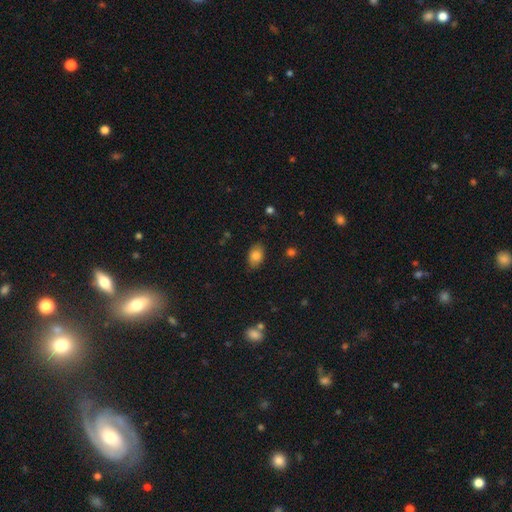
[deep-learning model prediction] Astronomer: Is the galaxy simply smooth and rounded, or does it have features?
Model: smooth — 82%.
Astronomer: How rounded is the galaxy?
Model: in between — 87%.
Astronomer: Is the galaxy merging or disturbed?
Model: none — 83%.